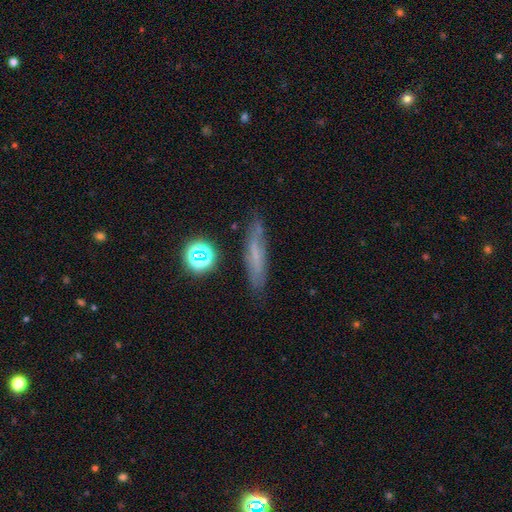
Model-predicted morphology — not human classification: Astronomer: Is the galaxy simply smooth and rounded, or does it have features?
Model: smooth — 50% (runner-up: featured or disk, 37%).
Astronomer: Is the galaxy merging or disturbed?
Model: none — 74%.